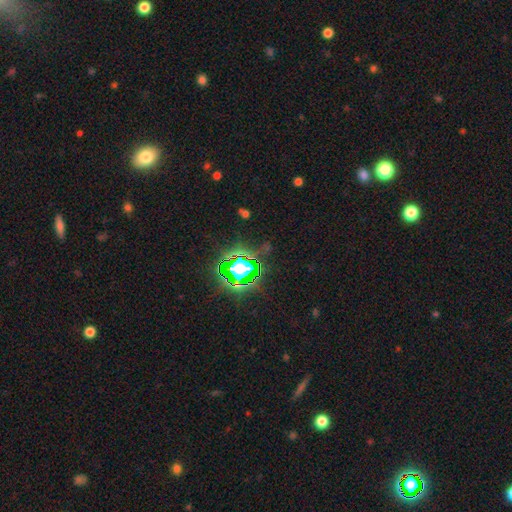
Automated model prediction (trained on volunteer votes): Smooth or featured: star or artifact — 81% (smooth — 12%)